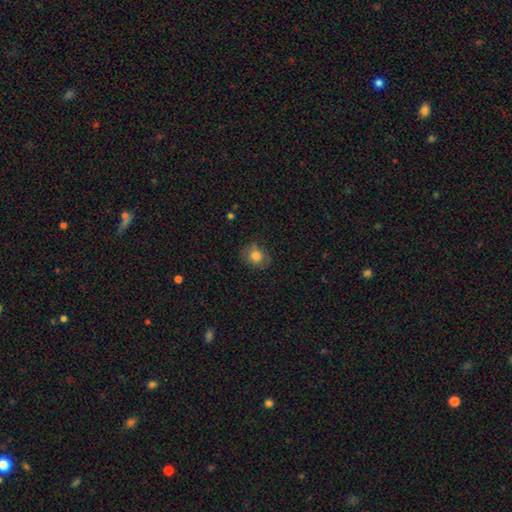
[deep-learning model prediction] smooth 80%, star or artifact 10%, featured or disk 10%. Down the decision tree: how rounded — round (61%); merging — none (73%).